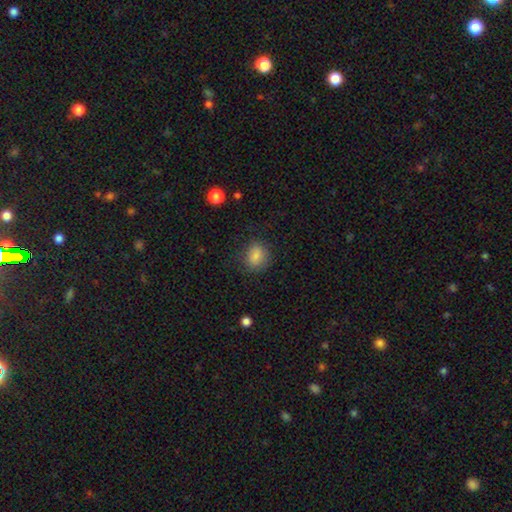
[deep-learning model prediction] Smooth or featured? smooth (82%)
How rounded? round (59%)
Merging? none (80%)